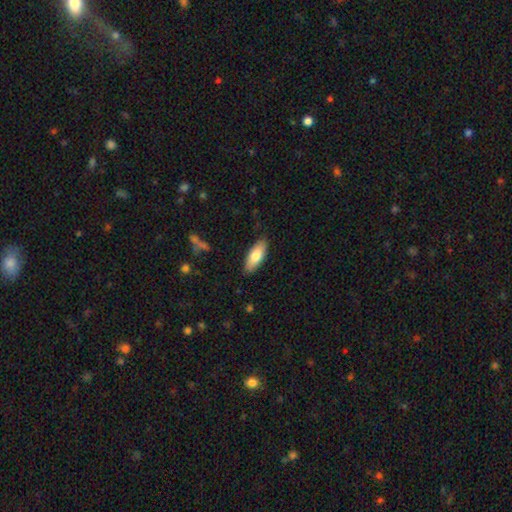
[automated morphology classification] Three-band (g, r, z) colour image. It shows a smooth galaxy with no disk features (78%) that is in between round and cigar-shaped (78%). Merging: none (87%).